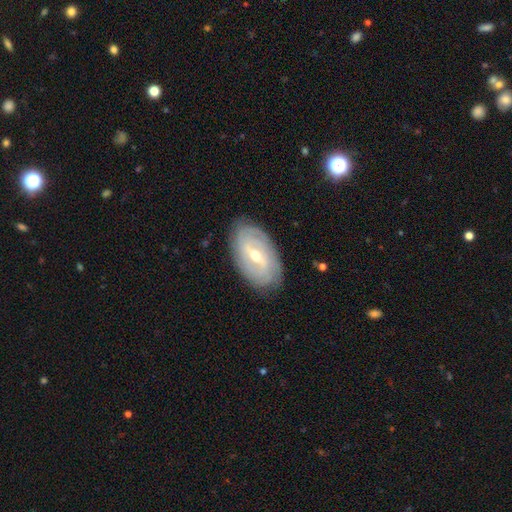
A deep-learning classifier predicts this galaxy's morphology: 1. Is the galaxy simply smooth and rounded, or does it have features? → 83% featured or disk, 12% smooth, 6% star or artifact.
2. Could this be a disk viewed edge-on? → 94% no, 6% yes.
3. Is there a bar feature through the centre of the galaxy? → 52% weak, 28% strong, 20% no.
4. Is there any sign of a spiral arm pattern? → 92% yes, 8% no.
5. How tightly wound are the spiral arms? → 73% tight, 21% medium, 6% loose.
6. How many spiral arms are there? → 38% can't tell, 26% 2, 17% 3, 11% 4, 5% more than 4, 4% 1.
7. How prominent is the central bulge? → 59% moderate, 38% small, 2% large, 1% none, 1% dominant.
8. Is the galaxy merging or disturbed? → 83% none, 13% minor disturbance, 3% major disturbance, 1% merger.